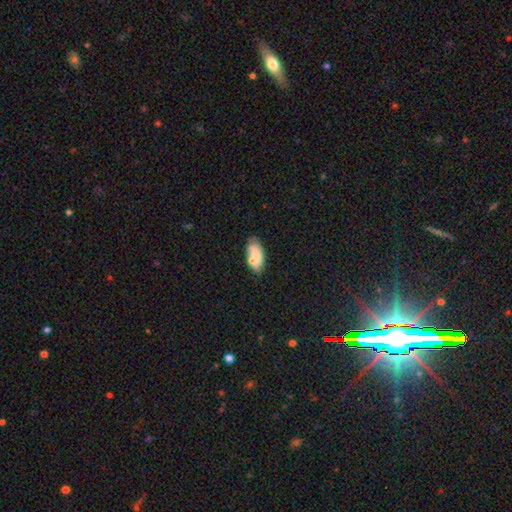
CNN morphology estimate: smooth_or_featured: smooth (p=0.74) [alt: featured or disk p=0.17]
how_rounded: in between (p=0.90) [alt: cigar-shaped p=0.07]
merging: none (p=0.61) [alt: minor disturbance p=0.22]